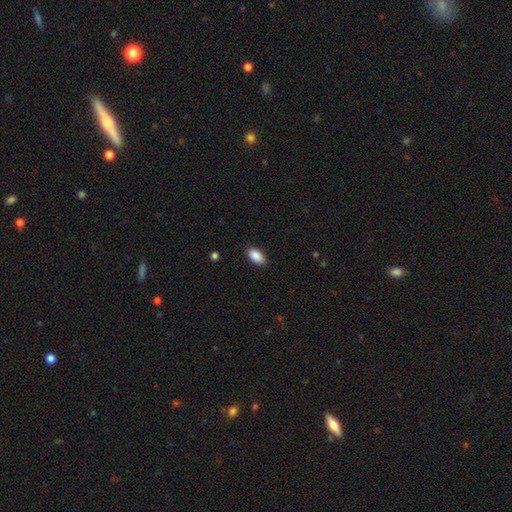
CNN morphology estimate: smooth-or-featured: smooth: 90% | star or artifact: 7% | featured or disk: 3%
  how-rounded: in between: 94% | round: 4% | cigar-shaped: 3%
  merging: none: 87% | minor disturbance: 10% | major disturbance: 2% | merger: 1%